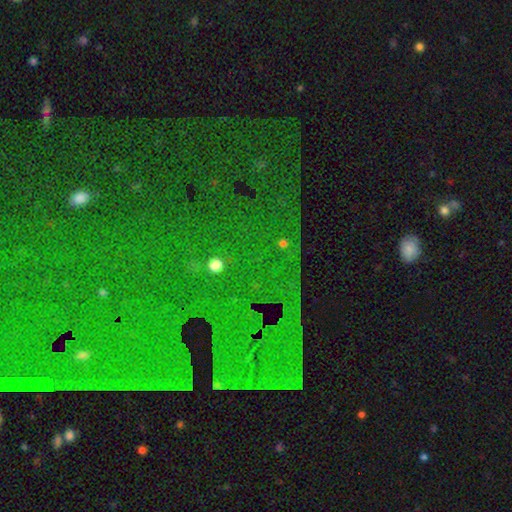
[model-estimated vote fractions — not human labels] Smooth or featured?
  - star or artifact: 82% *
  - featured or disk: 9%
  - smooth: 9%